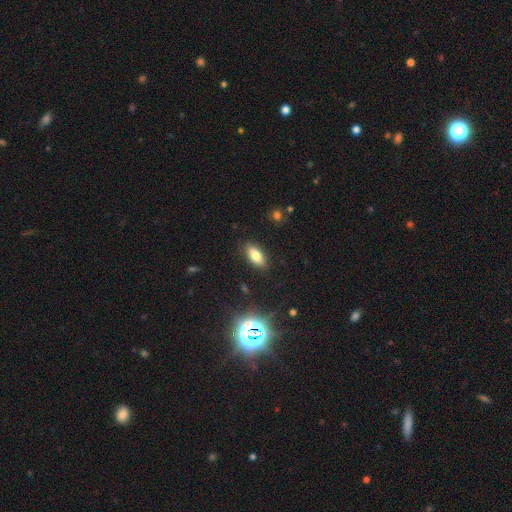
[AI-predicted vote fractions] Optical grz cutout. It shows a smooth galaxy with no disk features (74%) that is in between round and cigar-shaped (81%). Merging: none (88%).